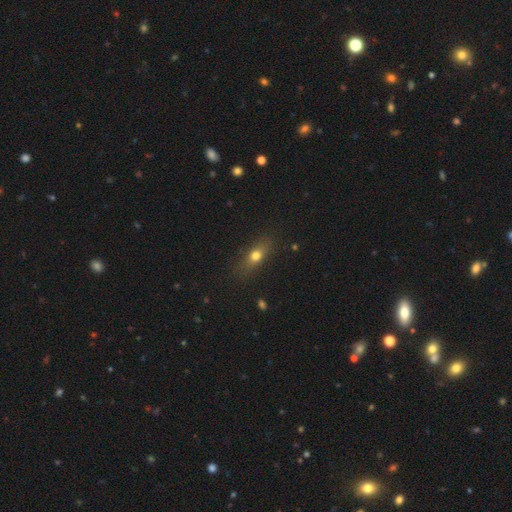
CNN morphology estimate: A smooth galaxy with no disk features (69%) that is in between round and cigar-shaped (58%).

Vote fractions:
- Smooth or featured? smooth: 69% / featured or disk: 20% / star or artifact: 12%
- How rounded? in between: 58% / cigar-shaped: 26% / round: 16%
- Merging? none: 78% / minor disturbance: 15% / major disturbance: 5% / merger: 2%